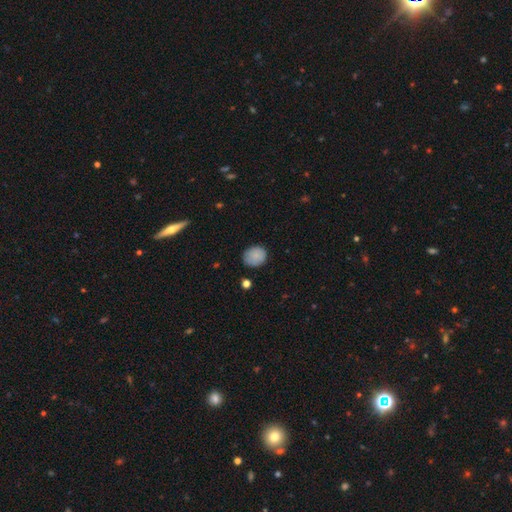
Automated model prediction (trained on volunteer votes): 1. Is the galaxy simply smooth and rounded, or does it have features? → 84% smooth, 8% star or artifact, 7% featured or disk.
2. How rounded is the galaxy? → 68% round, 31% in between, 1% cigar-shaped.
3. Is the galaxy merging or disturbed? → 78% none, 17% minor disturbance, 3% major disturbance, 2% merger.